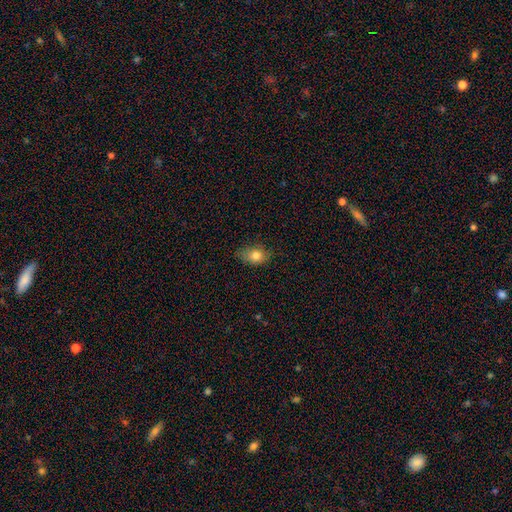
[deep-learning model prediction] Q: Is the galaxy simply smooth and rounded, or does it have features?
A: smooth — 81%.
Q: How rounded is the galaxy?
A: in between — 78%.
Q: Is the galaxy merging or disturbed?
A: none — 72%.